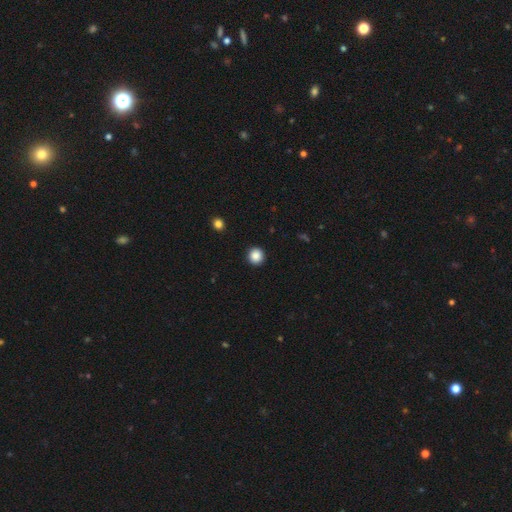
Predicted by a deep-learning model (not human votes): Q: Smooth or featured?
A: smooth (87%); runner-up: star or artifact (10%)
Q: How rounded?
A: round (94%); runner-up: in between (5%)
Q: Merging?
A: none (93%); runner-up: minor disturbance (4%)